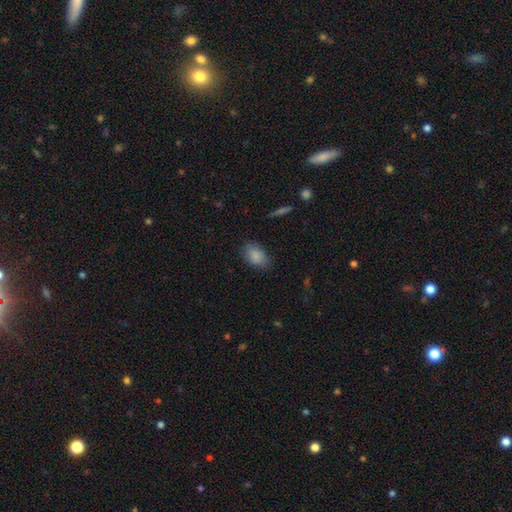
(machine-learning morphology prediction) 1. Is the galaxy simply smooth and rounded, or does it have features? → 87% smooth, 8% star or artifact, 6% featured or disk.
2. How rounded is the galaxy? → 86% in between, 13% round, 1% cigar-shaped.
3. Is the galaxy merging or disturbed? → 78% none, 17% minor disturbance, 4% major disturbance, 1% merger.